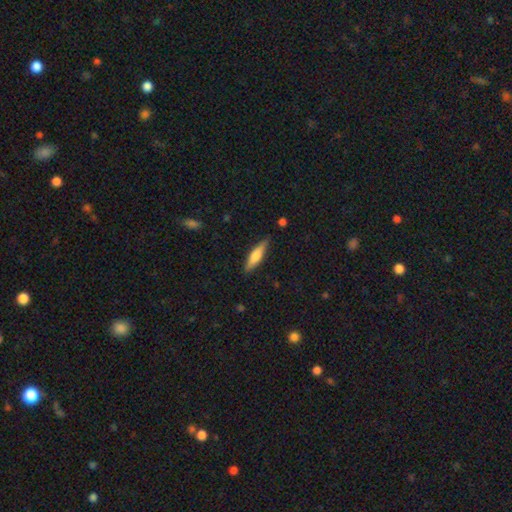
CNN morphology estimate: Smooth or featured: smooth — 63% (featured or disk — 31%)
How rounded: cigar-shaped — 74% (in between — 24%)
Merging: none — 85% (minor disturbance — 11%)